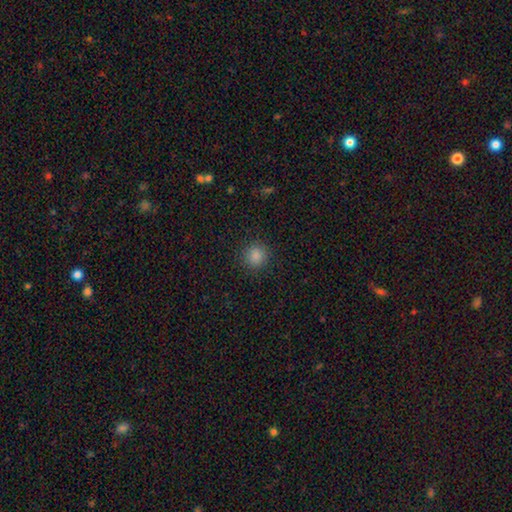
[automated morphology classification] smooth 85%, star or artifact 12%, featured or disk 3%. Down the decision tree: how rounded — round (91%); merging — none (90%).